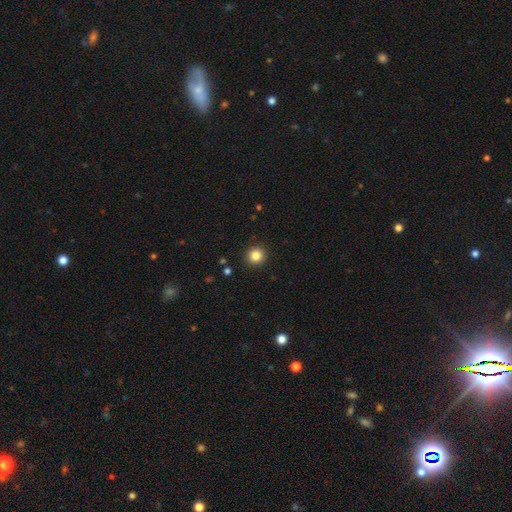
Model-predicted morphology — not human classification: A smooth galaxy with no disk features (84%) that is round (94%). Merging: none (92%).